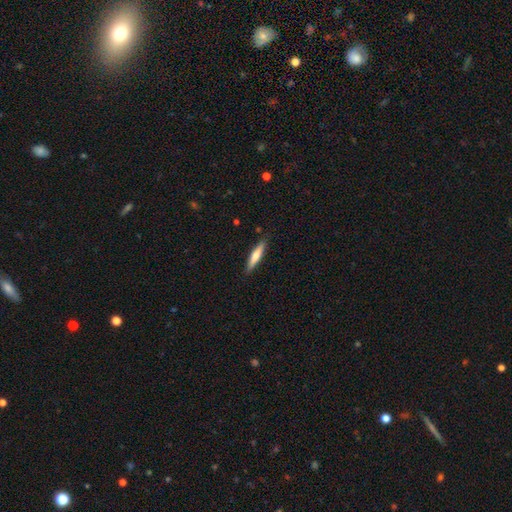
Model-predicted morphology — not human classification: Q: Smooth or featured?
A: smooth (60%); runner-up: featured or disk (34%)
Q: How rounded?
A: cigar-shaped (87%); runner-up: in between (12%)
Q: Merging?
A: none (89%); runner-up: minor disturbance (8%)